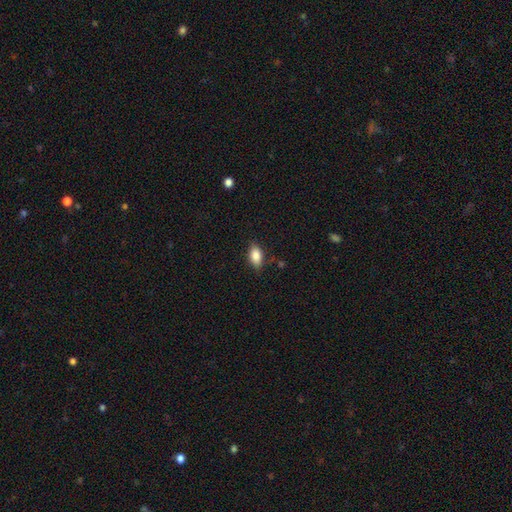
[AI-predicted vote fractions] smooth_or_featured: smooth (p=0.85) [alt: star or artifact p=0.08]
how_rounded: in between (p=0.89) [alt: round p=0.06]
merging: none (p=0.80) [alt: minor disturbance p=0.15]